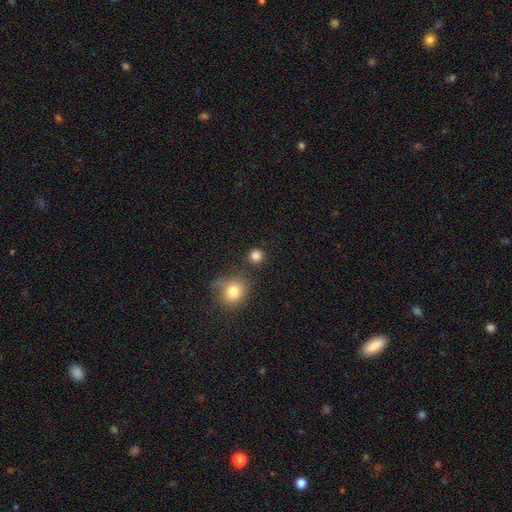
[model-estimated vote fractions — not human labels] This is clearly a smooth galaxy (83%). How rounded: clearly round (90%). Merging: clearly none (82%).